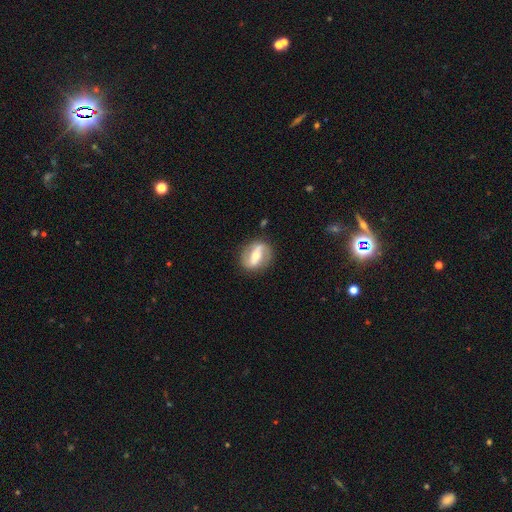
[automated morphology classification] Q: Smooth or featured?
A: featured or disk (74%); runner-up: smooth (21%)
Q: Edge-on disk?
A: no (93%); runner-up: yes (7%)
Q: Bar?
A: strong (62%); runner-up: weak (24%)
Q: Spiral arms?
A: yes (76%); runner-up: no (24%)
Q: Spiral winding?
A: loose (38%); runner-up: medium (37%)
Q: Spiral arm count?
A: 2 (87%); runner-up: can't tell (7%)
Q: Bulge size?
A: moderate (60%); runner-up: small (33%)
Q: Merging?
A: none (82%); runner-up: minor disturbance (12%)